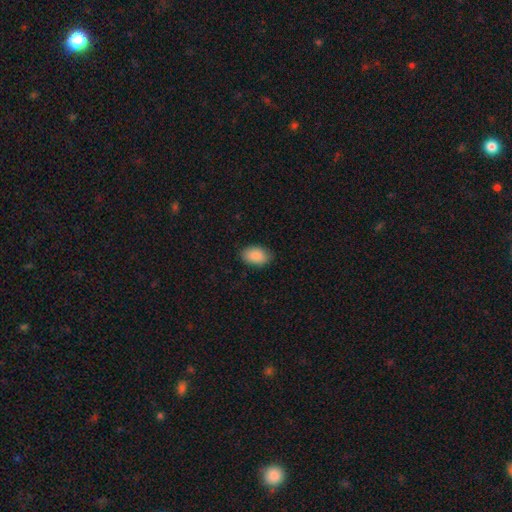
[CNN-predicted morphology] Q: Smooth or featured?
A: smooth (88%); runner-up: star or artifact (7%)
Q: How rounded?
A: in between (91%); runner-up: round (8%)
Q: Merging?
A: none (86%); runner-up: minor disturbance (11%)